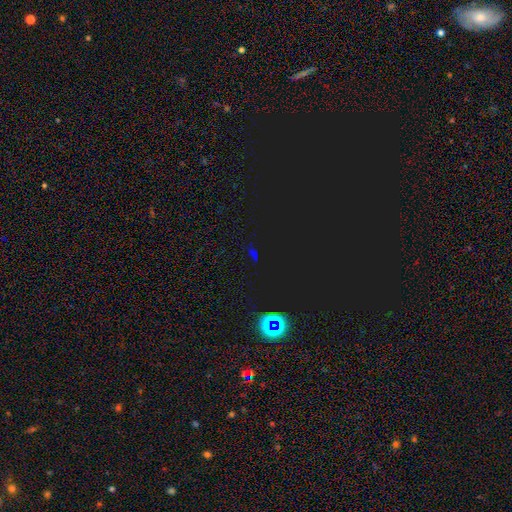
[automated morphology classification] Q: Smooth or featured?
A: star or artifact (77%); runner-up: smooth (16%)